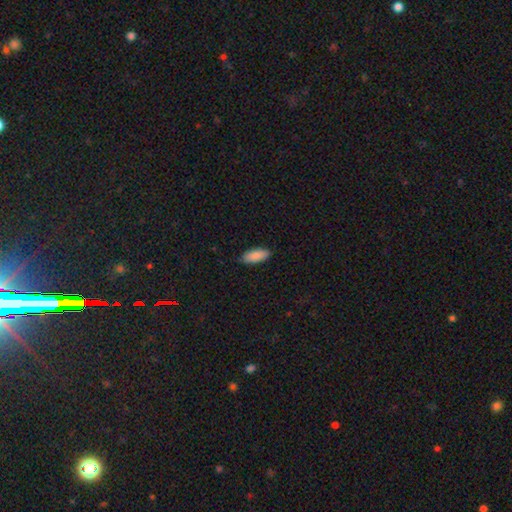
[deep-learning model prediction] Smooth or featured? Predicted: smooth (p=0.88). How rounded? Predicted: in between (p=0.81). Merging? Predicted: none (p=0.83).